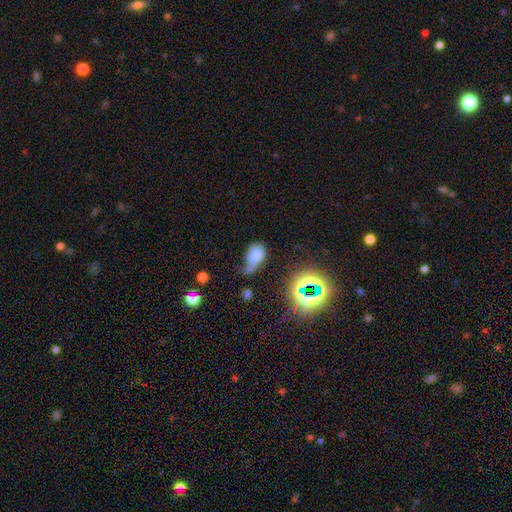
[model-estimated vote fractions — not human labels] Smooth or featured? Predicted: smooth (p=0.63). How rounded? Predicted: in between (p=0.81). Merging? Predicted: major disturbance (p=0.32).